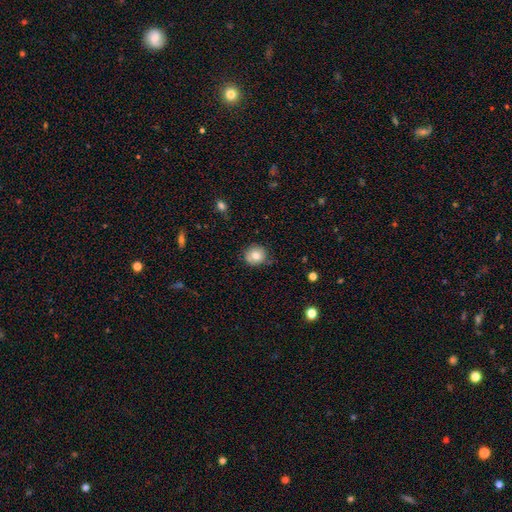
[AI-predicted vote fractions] smooth_or_featured: smooth (p=0.77) [alt: featured or disk p=0.13]
how_rounded: round (p=0.86) [alt: in between p=0.13]
merging: none (p=0.76) [alt: minor disturbance p=0.18]